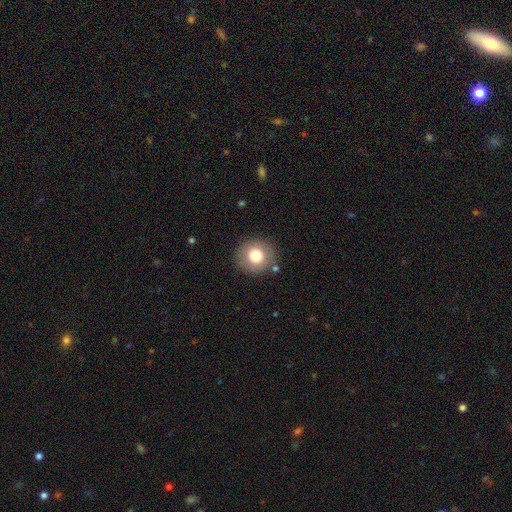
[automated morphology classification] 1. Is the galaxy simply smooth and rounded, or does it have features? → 77% smooth, 13% featured or disk, 10% star or artifact.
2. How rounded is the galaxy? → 91% round, 8% in between, 1% cigar-shaped.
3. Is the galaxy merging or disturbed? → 86% none, 8% minor disturbance, 3% major disturbance, 3% merger.